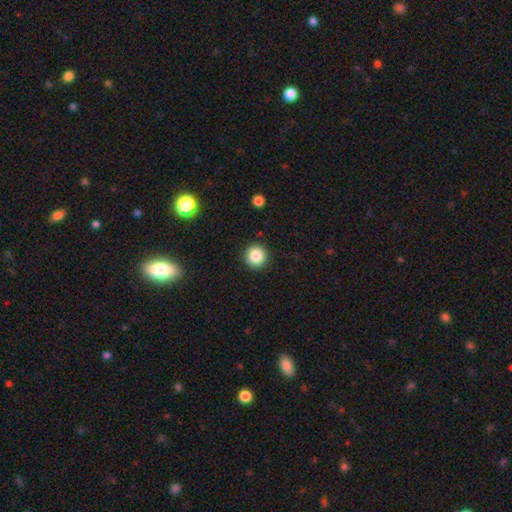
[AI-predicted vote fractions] smooth_or_featured: smooth (p=0.85) [alt: star or artifact p=0.10]
how_rounded: round (p=0.95) [alt: in between p=0.04]
merging: none (p=0.92) [alt: minor disturbance p=0.05]